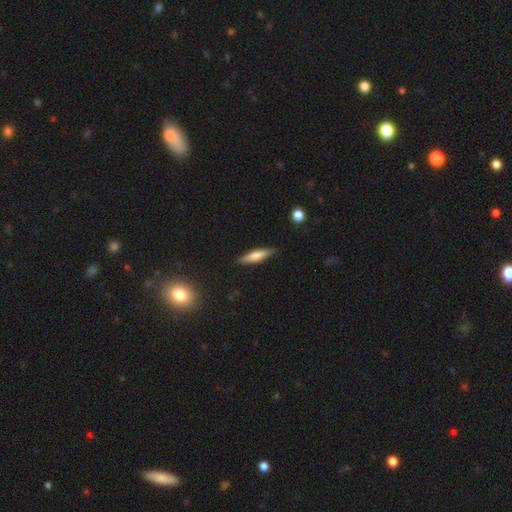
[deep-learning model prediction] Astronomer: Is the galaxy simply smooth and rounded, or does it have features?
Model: smooth — 59%.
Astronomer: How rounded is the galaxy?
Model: cigar-shaped — 79%.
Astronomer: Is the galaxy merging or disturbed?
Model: none — 85%.